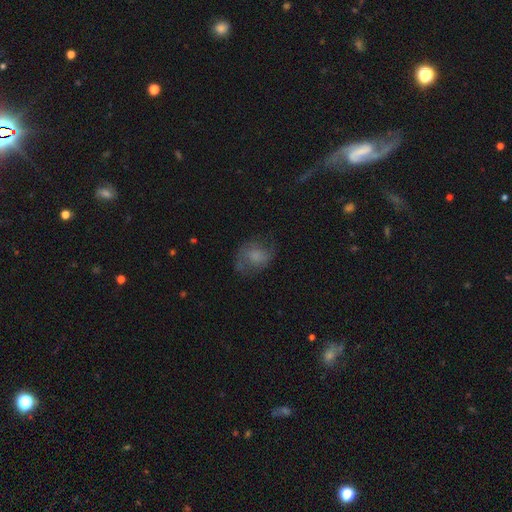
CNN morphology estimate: Overall: smooth (51%; featured or disk 37%). How rounded: in between (51%; round 47%). Merging: none (56%; minor disturbance 24%).